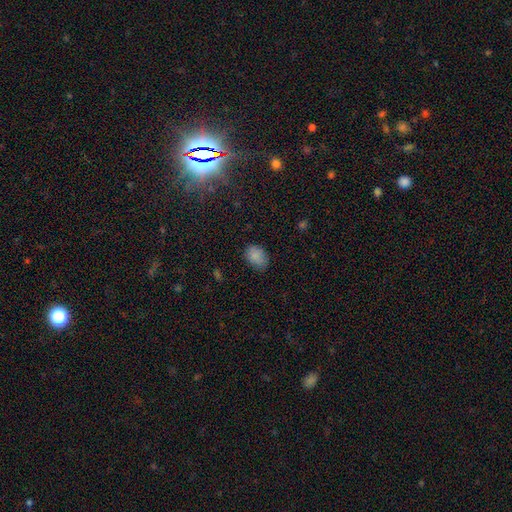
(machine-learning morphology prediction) smooth_or_featured: smooth (p=0.86) [alt: star or artifact p=0.10]
how_rounded: in between (p=0.78) [alt: round p=0.21]
merging: none (p=0.75) [alt: minor disturbance p=0.20]